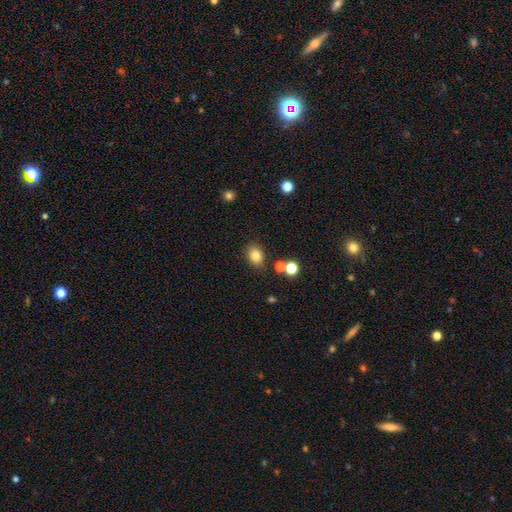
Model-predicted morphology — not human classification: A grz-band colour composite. It shows a smooth galaxy with no disk features (81%) that is in between round and cigar-shaped (62%). Merging: none (81%).